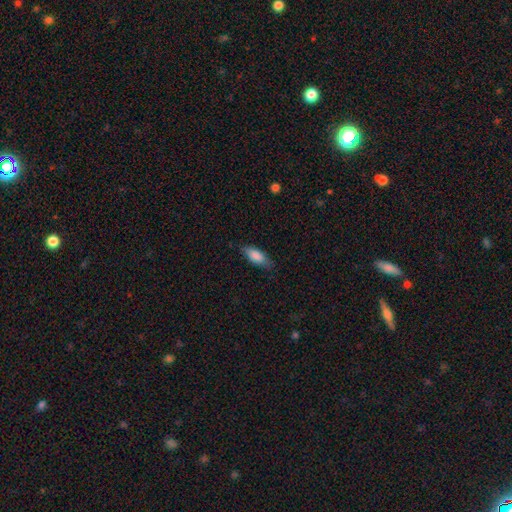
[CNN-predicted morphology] Smooth or featured? Predicted: smooth (p=0.83). How rounded? Predicted: in between (p=0.76). Merging? Predicted: none (p=0.77).